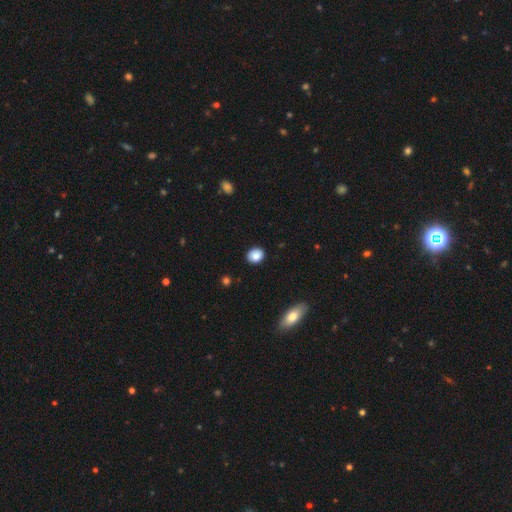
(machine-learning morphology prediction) smooth-or-featured: smooth: 86% | star or artifact: 8% | featured or disk: 6%
  how-rounded: round: 60% | in between: 39% | cigar-shaped: 1%
  merging: none: 89% | minor disturbance: 8% | major disturbance: 2% | merger: 1%